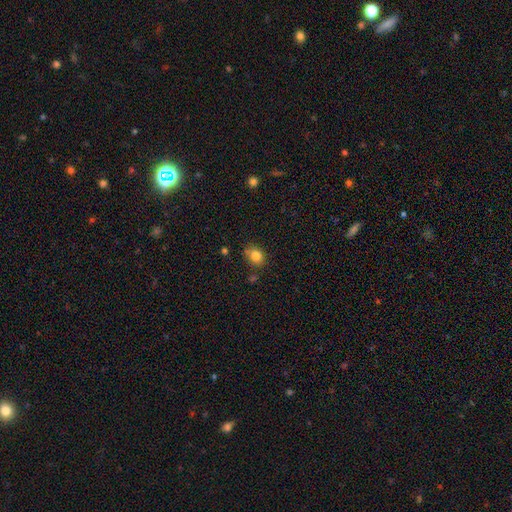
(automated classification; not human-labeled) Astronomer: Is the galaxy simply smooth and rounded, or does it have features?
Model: smooth — 83%.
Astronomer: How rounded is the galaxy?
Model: round — 55% (runner-up: in between, 44%).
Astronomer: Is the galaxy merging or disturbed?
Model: none — 69%.